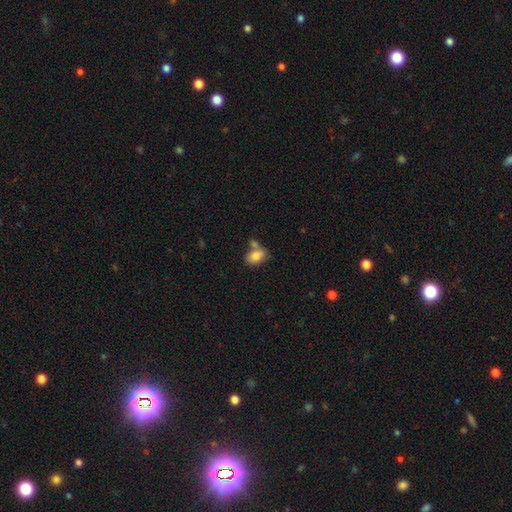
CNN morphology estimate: type=smooth (80%); roundness=in between (82%); merging=none (49%).